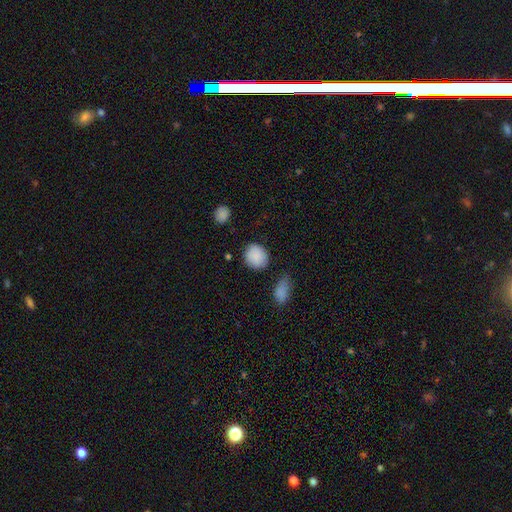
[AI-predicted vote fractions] smooth 88%, star or artifact 7%, featured or disk 5%. Down the decision tree: how rounded — round (72%); merging — none (76%).